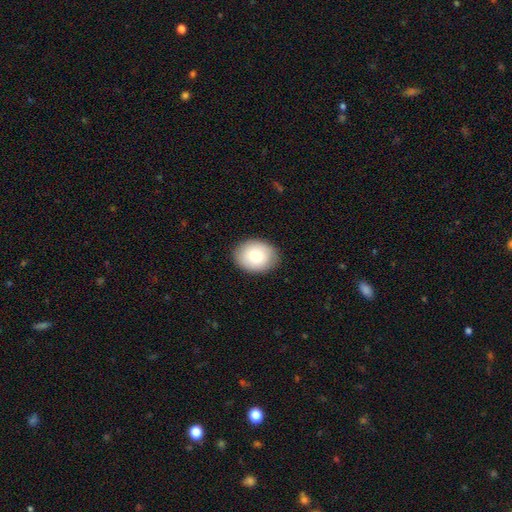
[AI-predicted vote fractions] Smooth or featured?
  - smooth: 78% *
  - featured or disk: 15%
  - star or artifact: 7%
How rounded?
  - in between: 52% *
  - round: 47%
  - cigar-shaped: 1%
Merging?
  - none: 86% *
  - minor disturbance: 10%
  - major disturbance: 2%
  - merger: 1%